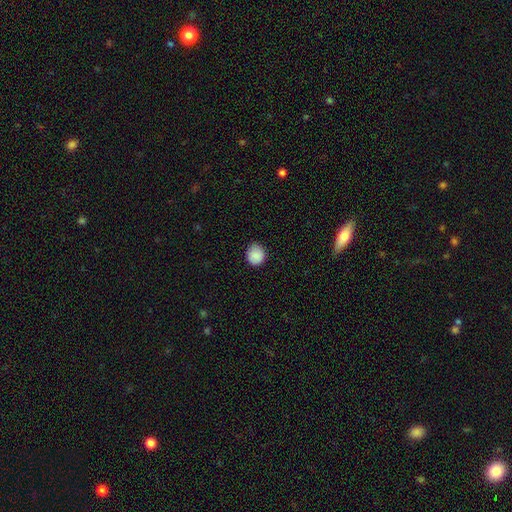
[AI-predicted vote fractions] A smooth galaxy with no disk features (87%) that is round (83%). Merging: none (81%).